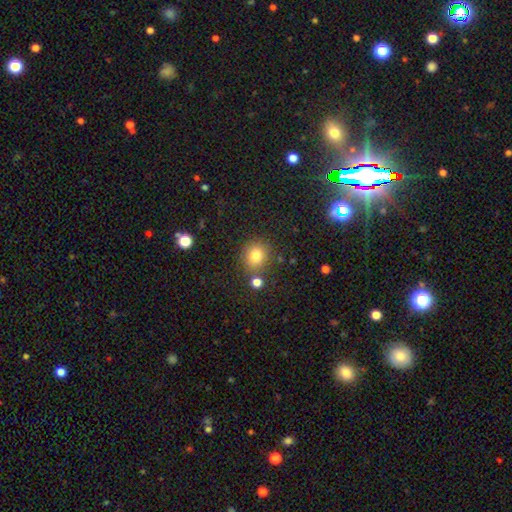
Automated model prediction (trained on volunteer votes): Smooth or featured?
  - smooth: 80% *
  - star or artifact: 13%
  - featured or disk: 7%
How rounded?
  - round: 80% *
  - in between: 19%
  - cigar-shaped: 1%
Merging?
  - none: 78% *
  - minor disturbance: 11%
  - merger: 8%
  - major disturbance: 4%